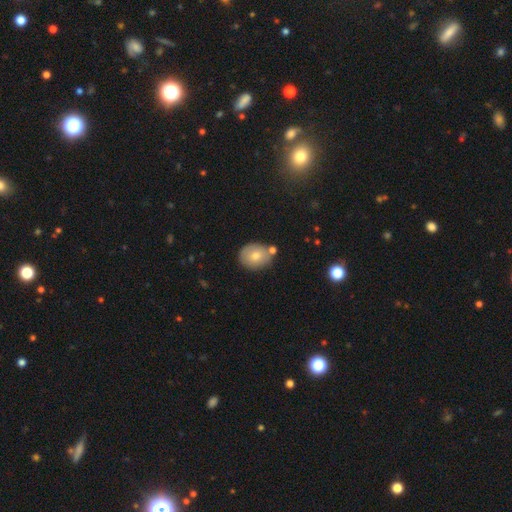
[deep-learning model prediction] This is likely a smooth galaxy (74%). How rounded: possibly round (56%). Merging: likely none (71%).